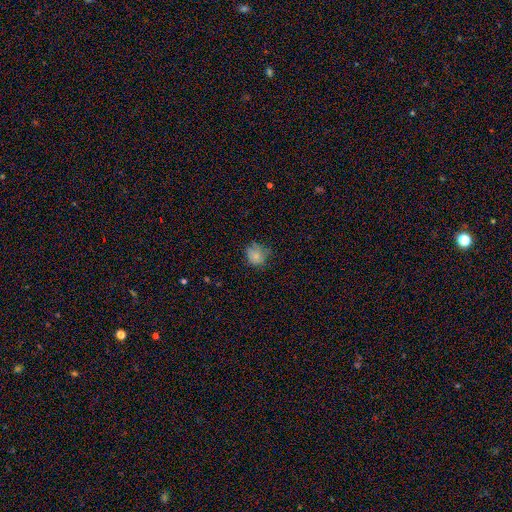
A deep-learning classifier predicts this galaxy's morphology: smooth-or-featured: smooth: 74% | featured or disk: 14% | star or artifact: 12%
  how-rounded: round: 74% | in between: 25% | cigar-shaped: 1%
  merging: none: 59% | minor disturbance: 29% | major disturbance: 10% | merger: 2%